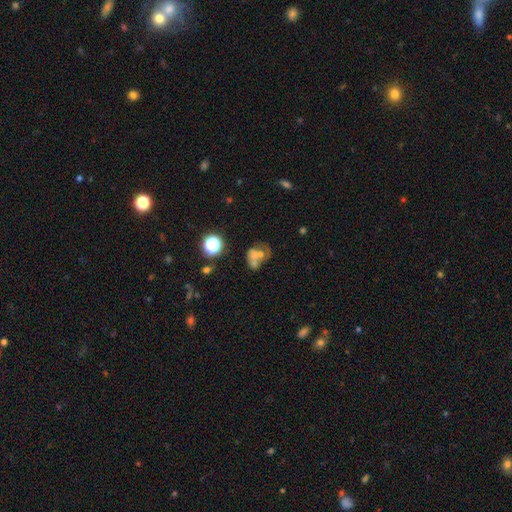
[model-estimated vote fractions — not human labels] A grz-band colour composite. It shows a smooth galaxy with no disk features (44%). Merging: merger (51%).